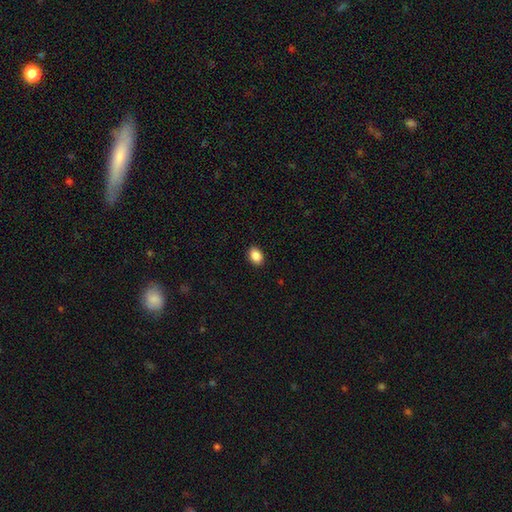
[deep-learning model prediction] Overall: smooth (88%). How rounded: in between (75%). Merging: none (91%).